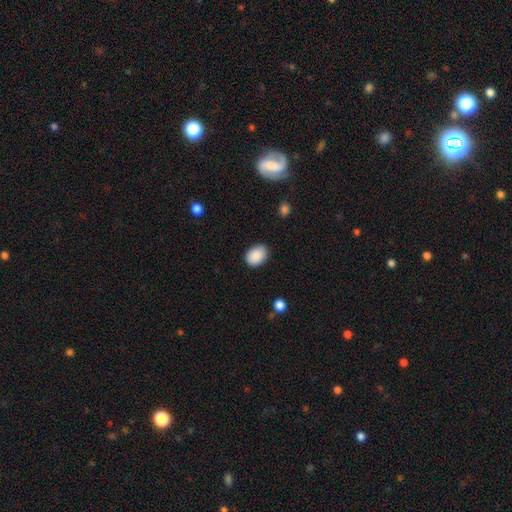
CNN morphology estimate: Overall: smooth (89%). How rounded: in between (69%; round 30%). Merging: none (85%).